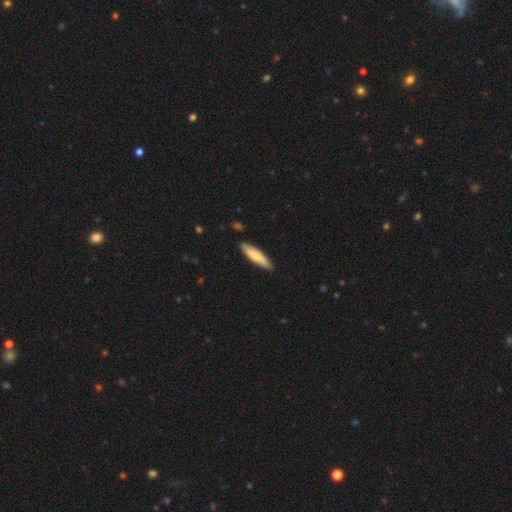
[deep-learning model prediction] Q: Smooth or featured?
A: smooth (76%); runner-up: featured or disk (19%)
Q: How rounded?
A: cigar-shaped (71%); runner-up: in between (28%)
Q: Merging?
A: none (87%); runner-up: minor disturbance (10%)